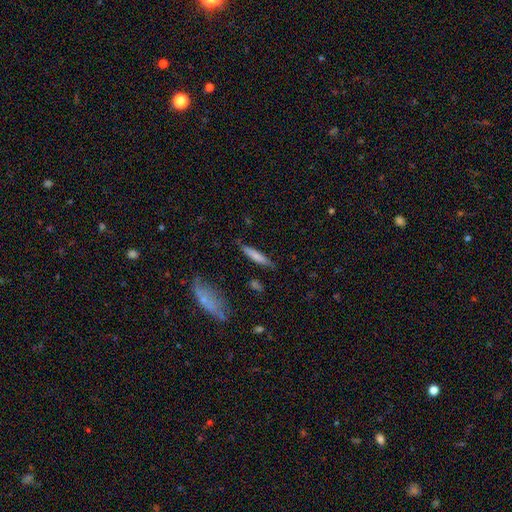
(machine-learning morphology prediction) A smooth galaxy with no disk features (73%) that is cigar-shaped (87%).

Vote fractions:
- Smooth or featured? smooth: 73% / featured or disk: 21% / star or artifact: 6%
- How rounded? cigar-shaped: 87% / in between: 11% / round: 1%
- Merging? none: 81% / minor disturbance: 13% / merger: 3% / major disturbance: 3%